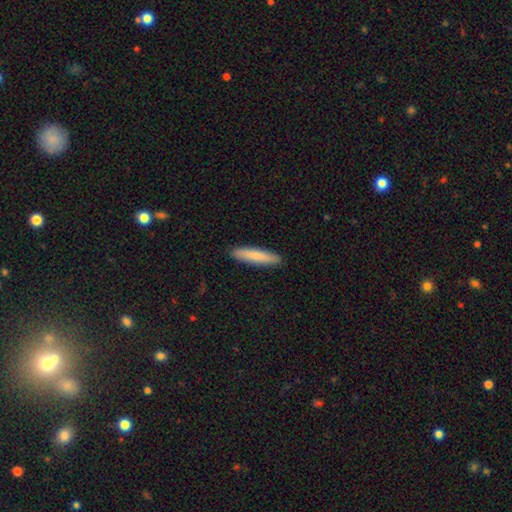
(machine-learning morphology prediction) Smooth or featured?
  - smooth: 80% *
  - featured or disk: 15%
  - star or artifact: 5%
How rounded?
  - cigar-shaped: 87% *
  - in between: 12%
  - round: 1%
Merging?
  - none: 91% *
  - minor disturbance: 7%
  - major disturbance: 1%
  - merger: 1%